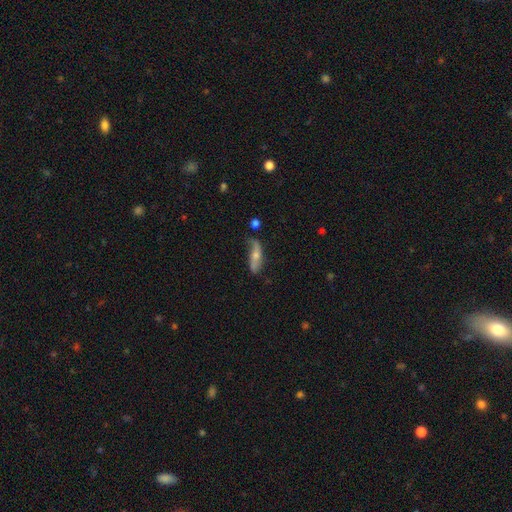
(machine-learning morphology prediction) Smooth or featured? Predicted: featured or disk (p=0.52). Edge-on disk? Predicted: no (p=0.66). Merging? Predicted: none (p=0.50).